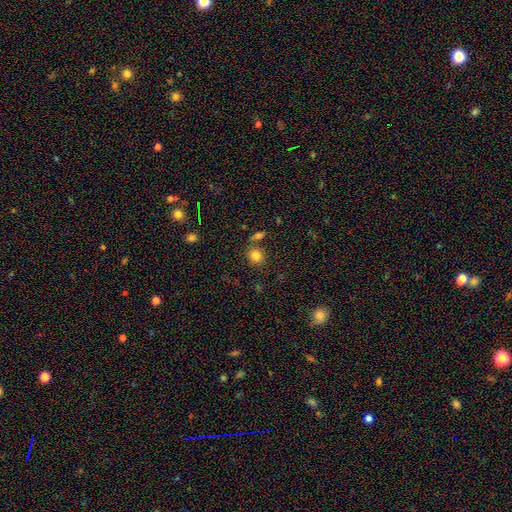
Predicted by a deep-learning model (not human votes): Smooth or featured?
  - smooth: 82% *
  - star or artifact: 11%
  - featured or disk: 7%
How rounded?
  - round: 75% *
  - in between: 24%
  - cigar-shaped: 1%
Merging?
  - none: 72% *
  - merger: 14%
  - minor disturbance: 11%
  - major disturbance: 4%